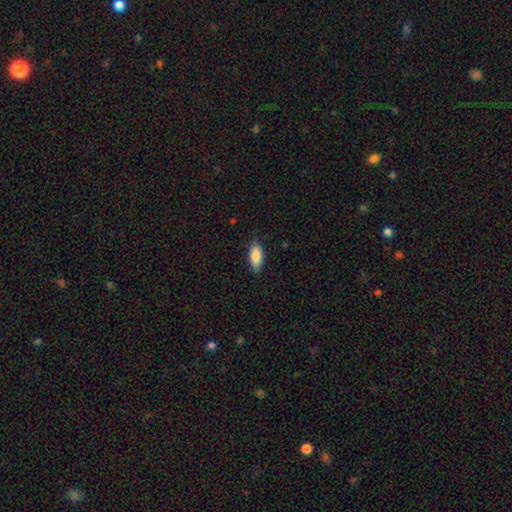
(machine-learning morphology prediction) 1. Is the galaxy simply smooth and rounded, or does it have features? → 87% smooth, 6% featured or disk, 6% star or artifact.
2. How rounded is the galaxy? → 87% in between, 11% cigar-shaped, 2% round.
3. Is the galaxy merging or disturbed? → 84% none, 13% minor disturbance, 2% major disturbance, 1% merger.